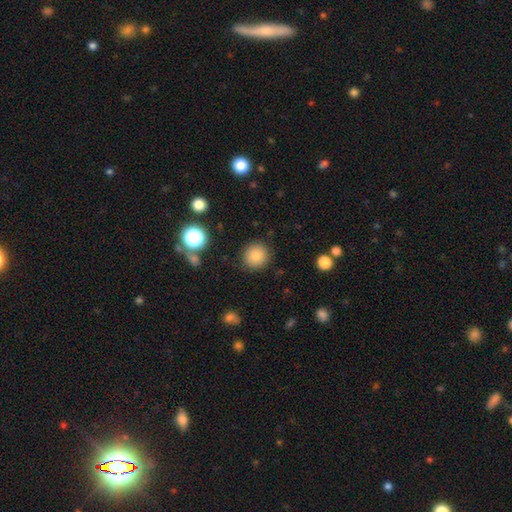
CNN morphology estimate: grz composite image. It shows a smooth galaxy with no disk features (85%) that is round (92%). Merging: none (89%).